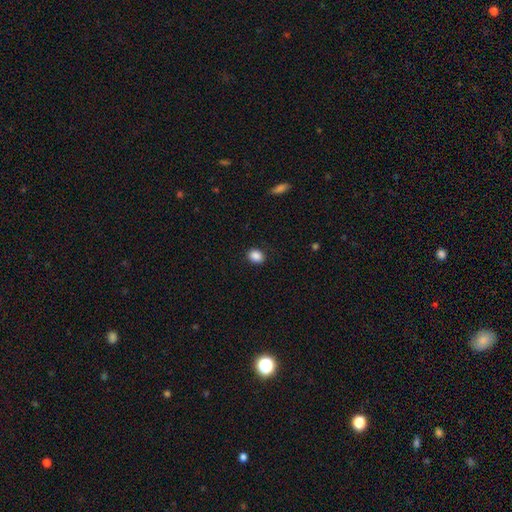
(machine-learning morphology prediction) A smooth galaxy with no disk features (88%) that is round (52%).

Vote fractions:
- Smooth or featured? smooth: 88% / star or artifact: 9% / featured or disk: 3%
- How rounded? round: 52% / in between: 47% / cigar-shaped: 1%
- Merging? none: 89% / minor disturbance: 8% / major disturbance: 2% / merger: 1%